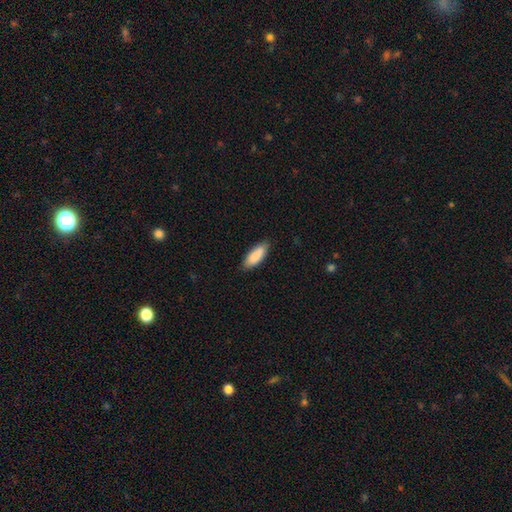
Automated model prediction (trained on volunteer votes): This appears to be a smooth galaxy with no disk features (89%) that is in between round and cigar-shaped (76%). Merging: none (83%).